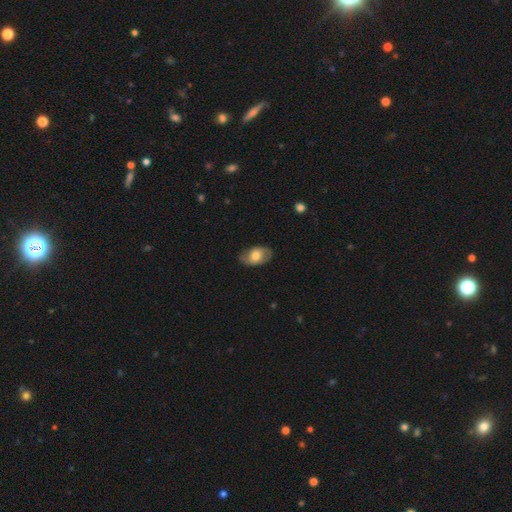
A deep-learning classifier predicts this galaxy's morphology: Smooth or featured? smooth (58%)
How rounded? in between (89%)
Merging? none (76%)